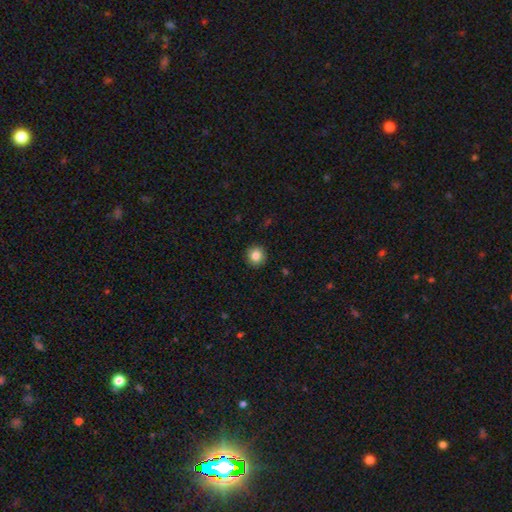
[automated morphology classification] A smooth galaxy with no disk features (84%) that is round (93%).

Vote fractions:
- Smooth or featured? smooth: 84% / star or artifact: 10% / featured or disk: 6%
- How rounded? round: 93% / in between: 6% / cigar-shaped: 1%
- Merging? none: 92% / minor disturbance: 5% / major disturbance: 2% / merger: 1%